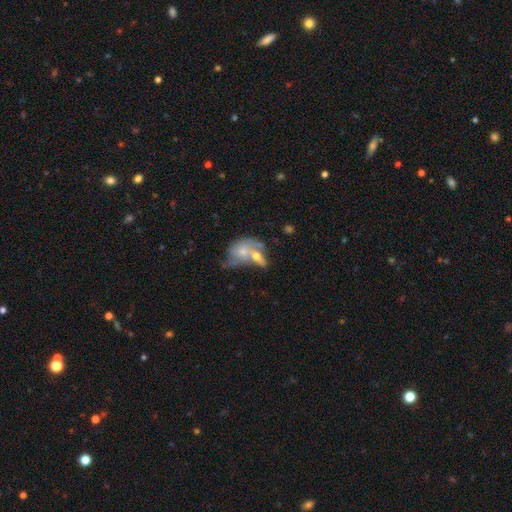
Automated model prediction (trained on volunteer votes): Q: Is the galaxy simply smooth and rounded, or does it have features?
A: featured or disk — 51%.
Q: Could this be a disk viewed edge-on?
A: no — 95%.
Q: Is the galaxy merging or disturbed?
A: merger — 49%.